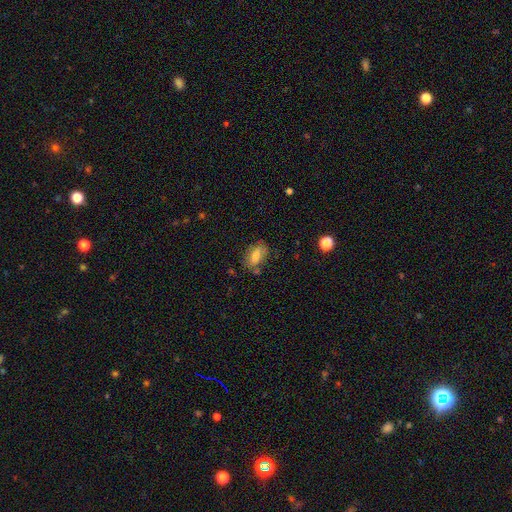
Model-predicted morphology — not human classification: A smooth galaxy with no disk features (71%) that is in between round and cigar-shaped (86%). Merging: none (70%).